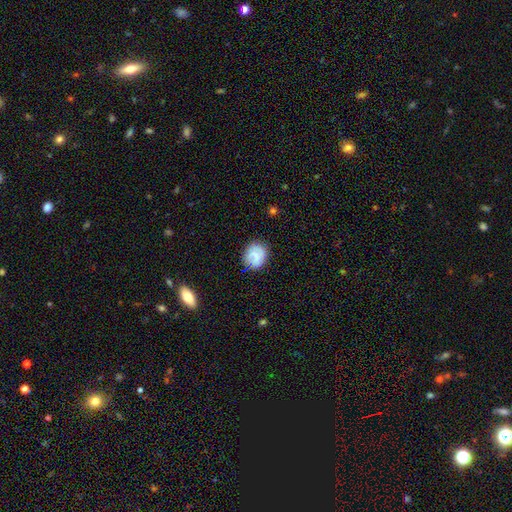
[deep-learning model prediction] smooth_or_featured: smooth (p=0.69) [alt: featured or disk p=0.21]
how_rounded: round (p=0.72) [alt: in between p=0.26]
merging: none (p=0.77) [alt: minor disturbance p=0.17]